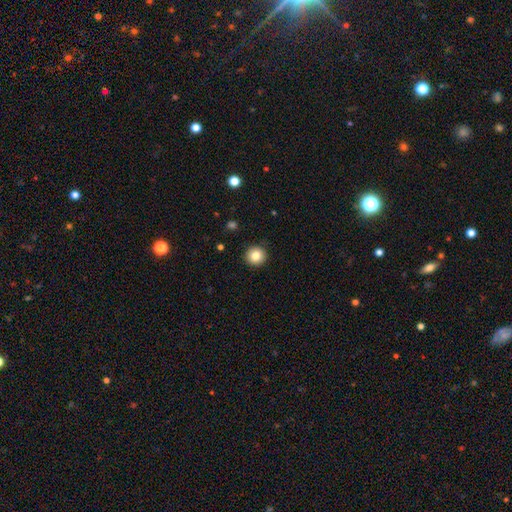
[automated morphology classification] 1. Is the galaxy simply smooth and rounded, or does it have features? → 83% smooth, 10% star or artifact, 7% featured or disk.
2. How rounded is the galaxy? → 94% round, 5% in between, 1% cigar-shaped.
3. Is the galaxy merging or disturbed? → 91% none, 6% minor disturbance, 2% major disturbance, 1% merger.